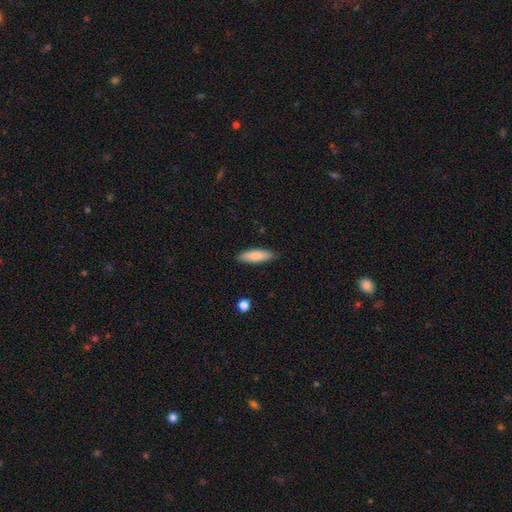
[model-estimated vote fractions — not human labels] This appears to be a smooth galaxy with no disk features (78%) that is cigar-shaped (57%). Merging: none (87%).